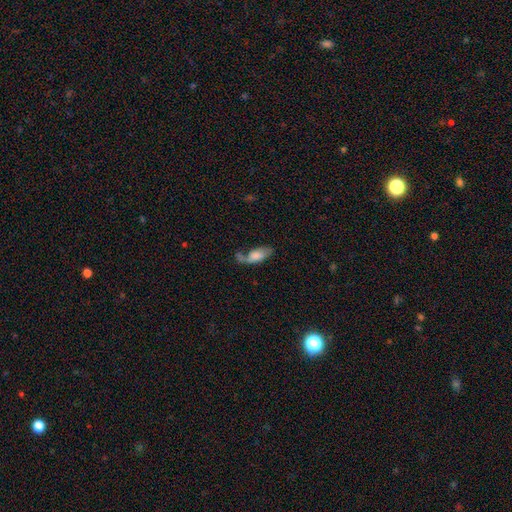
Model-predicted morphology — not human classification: The model was most divided on "merging": none: 34%, major disturbance: 25%, minor disturbance: 23%, merger: 18%. More confident: how rounded — in between (80%); smooth or featured — smooth (65%).